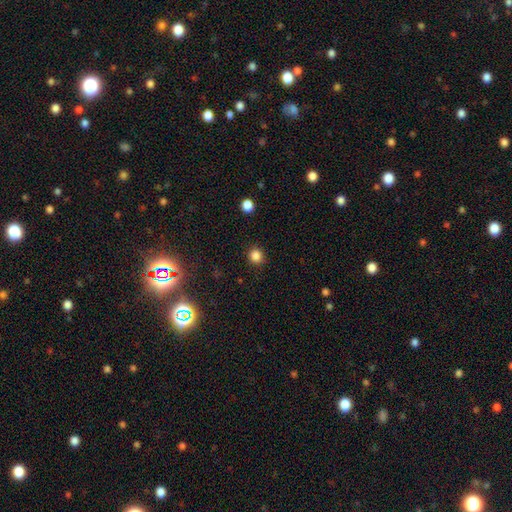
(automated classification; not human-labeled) smooth-or-featured: smooth: 84% | star or artifact: 13% | featured or disk: 3%
  how-rounded: round: 89% | in between: 10% | cigar-shaped: 1%
  merging: none: 90% | minor disturbance: 7% | major disturbance: 2% | merger: 1%